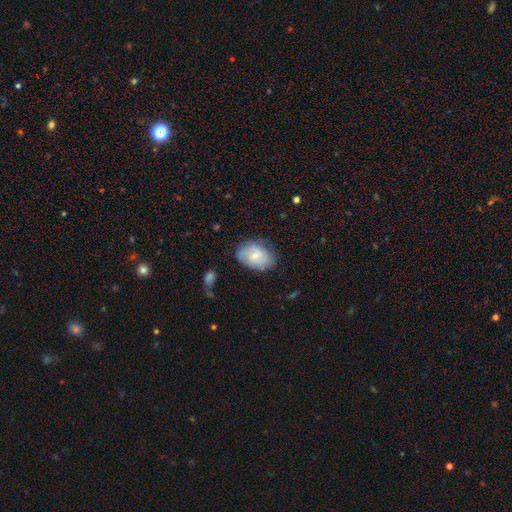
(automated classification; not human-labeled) The model was most divided on "smooth or featured": smooth: 54%, featured or disk: 39%, star or artifact: 7%. More confident: how rounded — in between (81%); merging — none (69%).